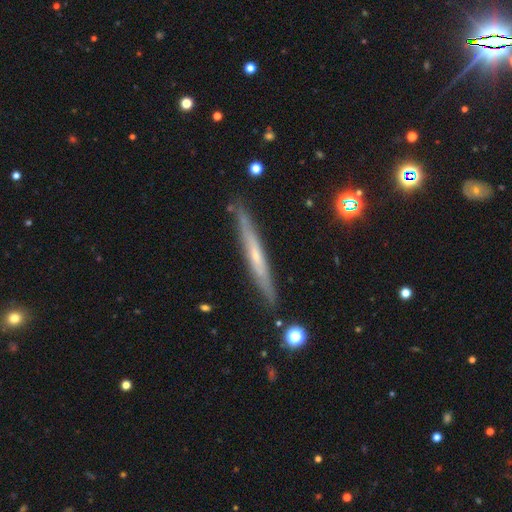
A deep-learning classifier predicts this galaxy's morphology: smooth-or-featured: featured or disk: 62% | smooth: 31% | star or artifact: 6%
  disk-edge-on: yes: 94% | no: 6%
    edge-on-bulge: none: 57% | rounded: 39% | boxy: 4%
  merging: none: 87% | minor disturbance: 9% | merger: 2% | major disturbance: 2%